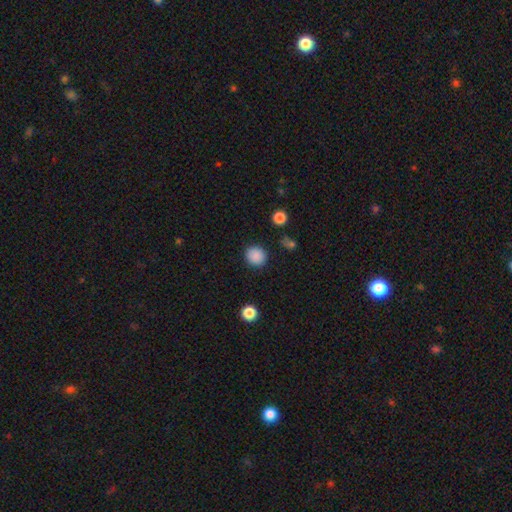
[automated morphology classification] Overall: smooth (87%). How rounded: round (87%). Merging: none (88%).